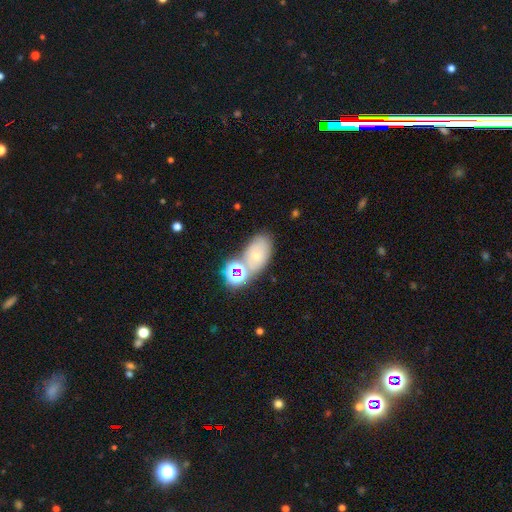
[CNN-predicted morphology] This is possibly a smooth galaxy (55%). How rounded: clearly in between (81%). Merging: possibly none (53%).